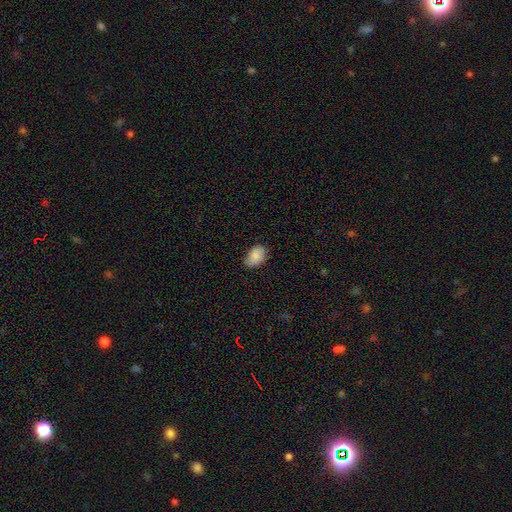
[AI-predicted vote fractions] Overall: smooth (86%). How rounded: in between (85%). Merging: none (66%; minor disturbance 28%).